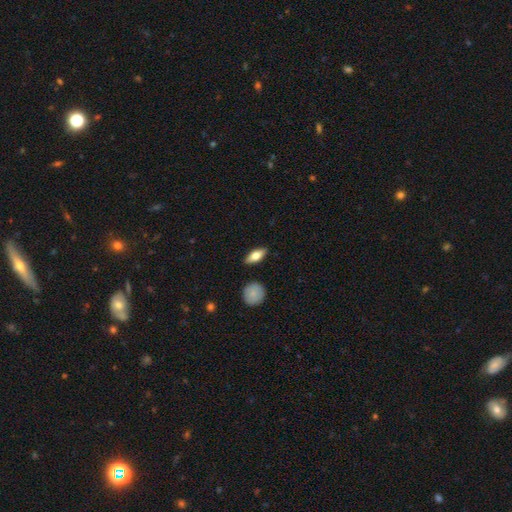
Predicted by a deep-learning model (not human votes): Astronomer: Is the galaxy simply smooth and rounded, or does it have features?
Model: smooth — 66%.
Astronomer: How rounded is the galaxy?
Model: in between — 75%.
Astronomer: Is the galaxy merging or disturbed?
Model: none — 87%.